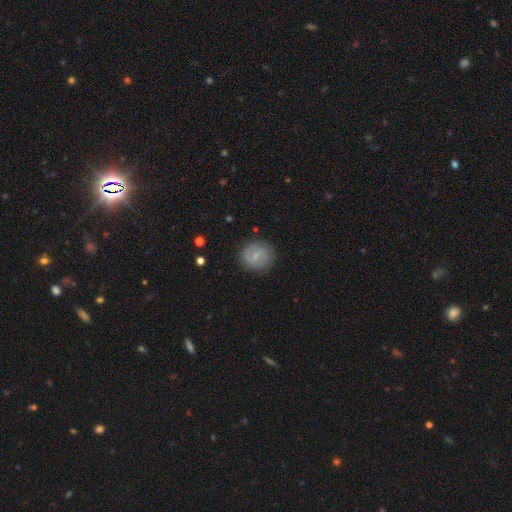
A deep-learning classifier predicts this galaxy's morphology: A featured or disk galaxy (49%). Merging: none (82%).